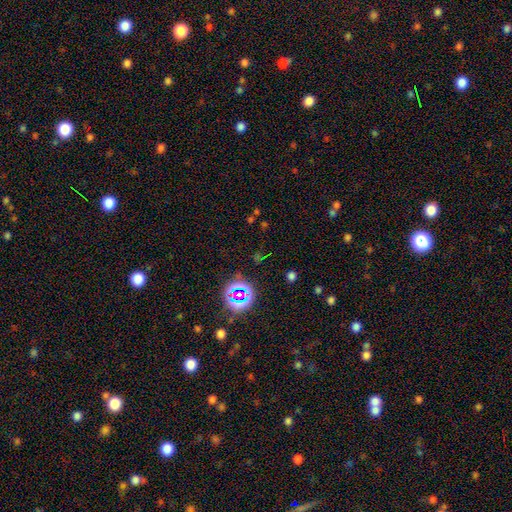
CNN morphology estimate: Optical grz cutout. It shows a star or artifact, not a galaxy (72%).